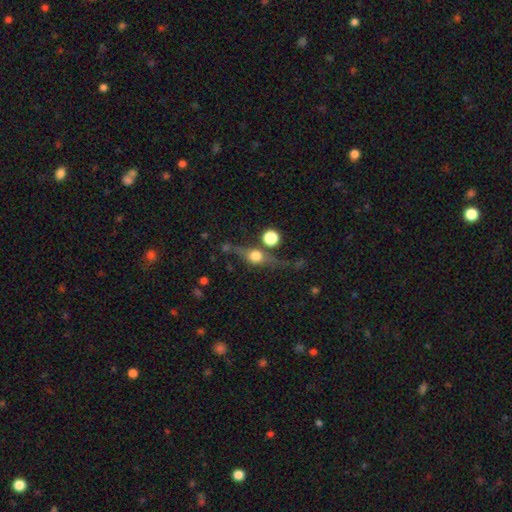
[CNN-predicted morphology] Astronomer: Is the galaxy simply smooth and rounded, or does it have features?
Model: featured or disk — 55% (runner-up: smooth, 33%).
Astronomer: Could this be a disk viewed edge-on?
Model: yes — 86%.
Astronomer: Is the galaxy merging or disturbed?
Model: none — 67%.